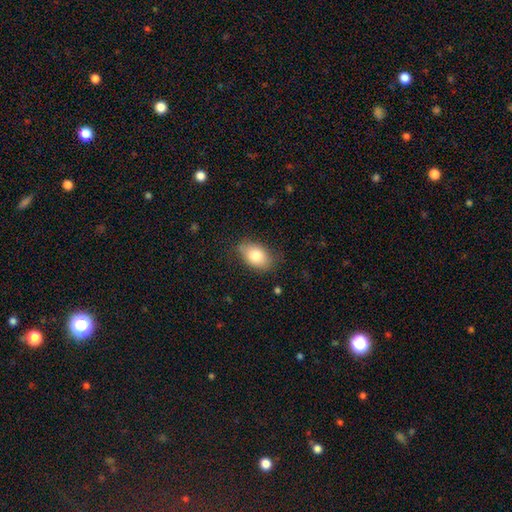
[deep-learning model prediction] Smooth or featured? smooth (80%)
How rounded? in between (88%)
Merging? none (75%)